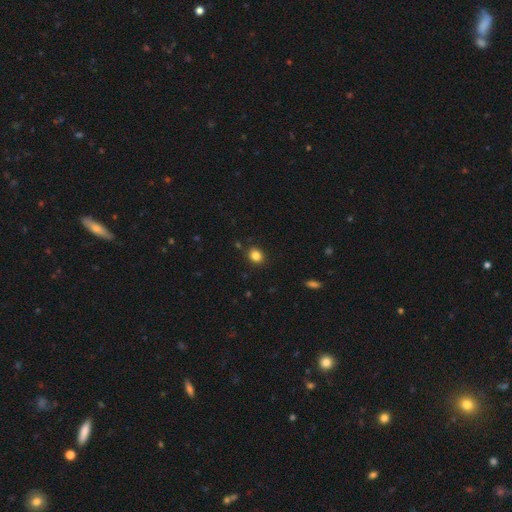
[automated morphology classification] Smooth or featured?
  - smooth: 84% *
  - star or artifact: 11%
  - featured or disk: 5%
How rounded?
  - round: 59% *
  - in between: 40%
  - cigar-shaped: 1%
Merging?
  - none: 87% *
  - minor disturbance: 9%
  - major disturbance: 2%
  - merger: 2%